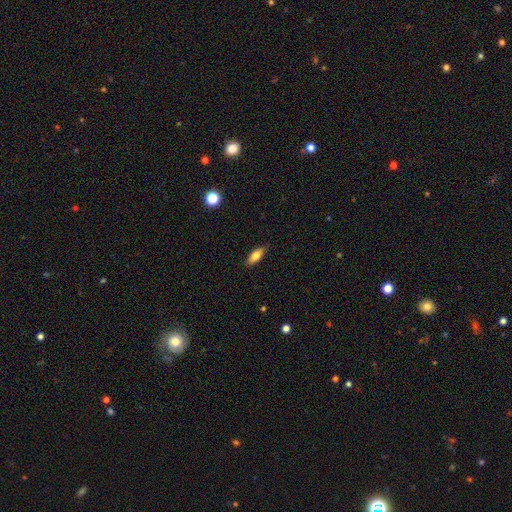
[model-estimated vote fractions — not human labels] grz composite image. It shows a smooth galaxy with no disk features (70%) that is in between round and cigar-shaped (69%). Merging: none (87%).